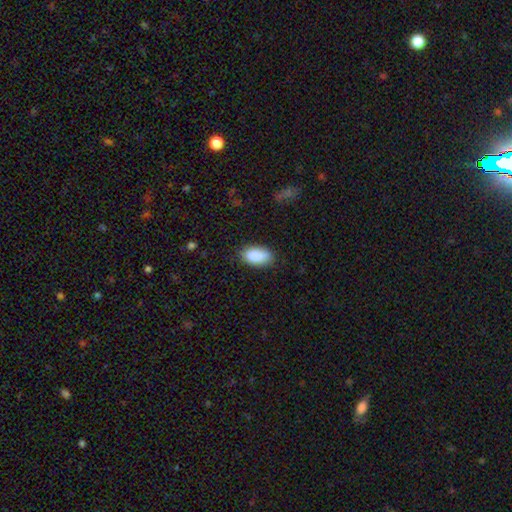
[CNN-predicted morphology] smooth_or_featured: smooth (p=0.88) [alt: star or artifact p=0.07]
how_rounded: in between (p=0.93) [alt: round p=0.03]
merging: none (p=0.81) [alt: minor disturbance p=0.15]